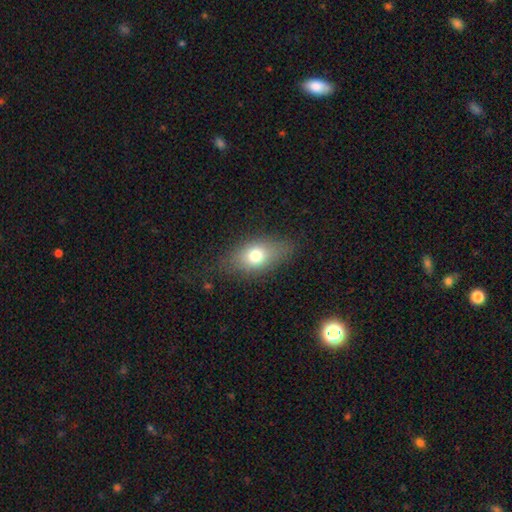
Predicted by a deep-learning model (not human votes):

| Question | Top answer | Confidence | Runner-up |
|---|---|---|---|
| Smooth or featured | smooth | 73% | featured or disk (17%) |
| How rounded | in between | 76% | round (19%) |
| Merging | none | 76% | minor disturbance (16%) |